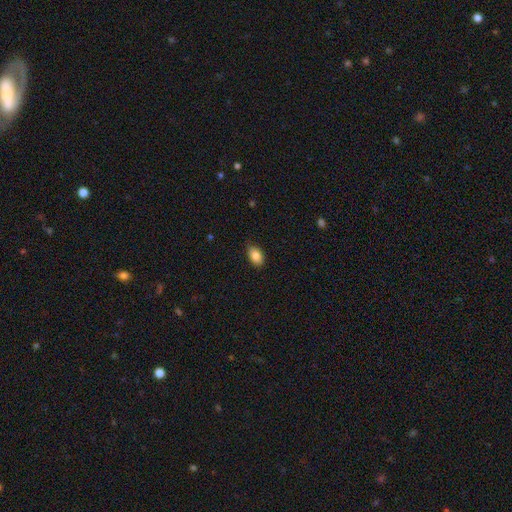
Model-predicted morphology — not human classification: Smooth or featured?
  - smooth: 85% *
  - star or artifact: 8%
  - featured or disk: 7%
How rounded?
  - in between: 88% *
  - round: 10%
  - cigar-shaped: 2%
Merging?
  - none: 82% *
  - minor disturbance: 14%
  - major disturbance: 2%
  - merger: 1%